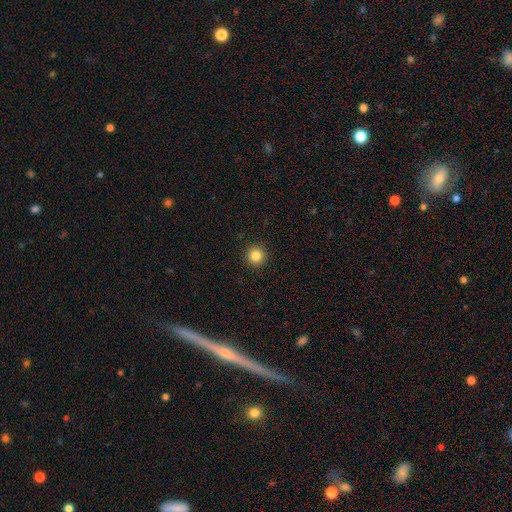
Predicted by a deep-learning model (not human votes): Morphology: type=smooth (85%); roundness=round (95%); merging=none (93%).